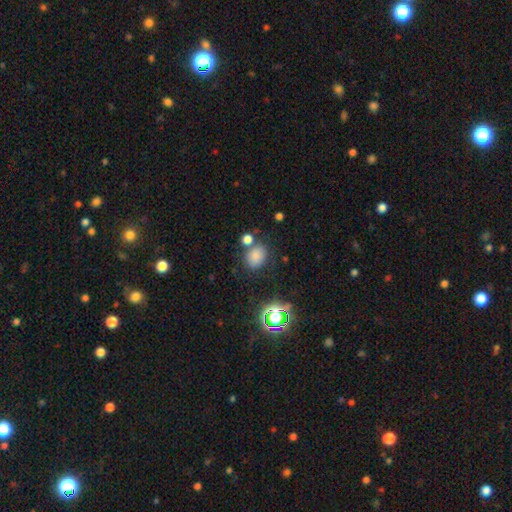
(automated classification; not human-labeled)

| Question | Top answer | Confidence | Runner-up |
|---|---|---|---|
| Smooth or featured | smooth | 78% | star or artifact (16%) |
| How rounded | round | 52% | in between (47%) |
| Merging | none | 67% | merger (14%) |